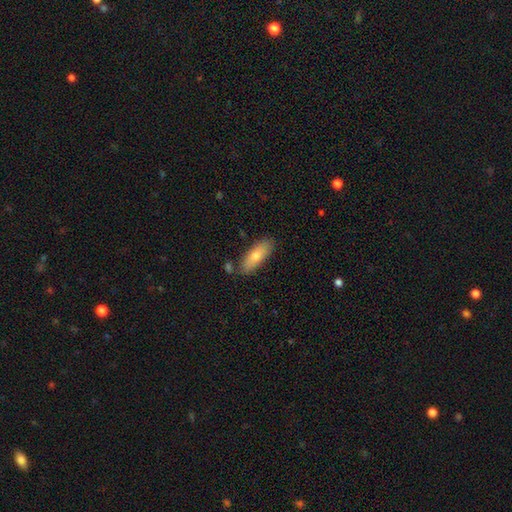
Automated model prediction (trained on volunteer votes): smooth 71%, featured or disk 22%, star or artifact 7%. Down the decision tree: how rounded — in between (60%); merging — none (82%).